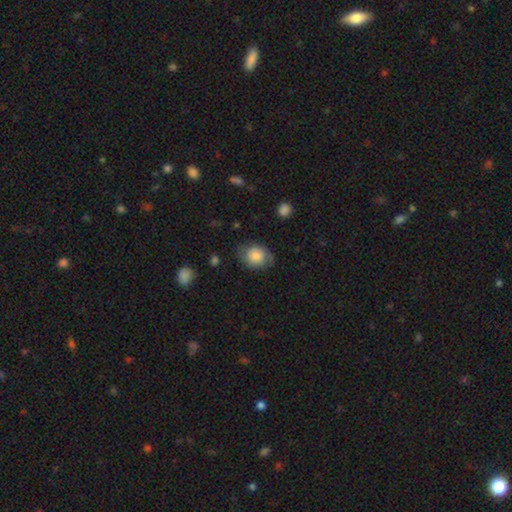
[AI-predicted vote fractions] This is likely a smooth galaxy (66%). How rounded: possibly in between (51%). Merging: likely none (67%).